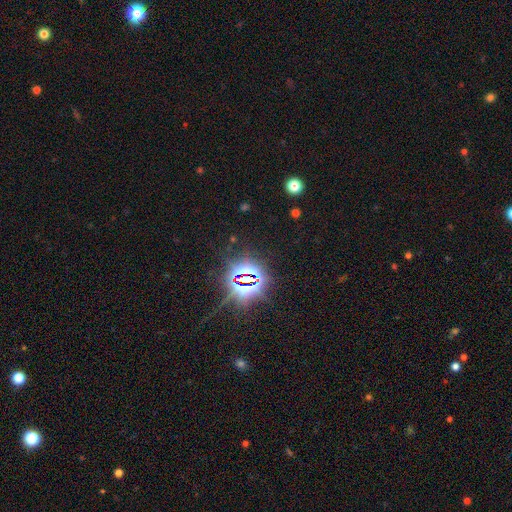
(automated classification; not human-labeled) A star or artifact, not a galaxy (84%).